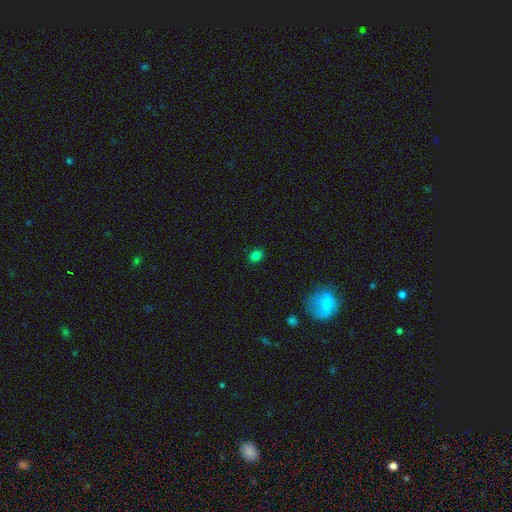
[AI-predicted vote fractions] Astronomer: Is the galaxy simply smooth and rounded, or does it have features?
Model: smooth — 80%.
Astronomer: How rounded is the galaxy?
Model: round — 61% (runner-up: in between, 37%).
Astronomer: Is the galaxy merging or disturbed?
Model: none — 88%.